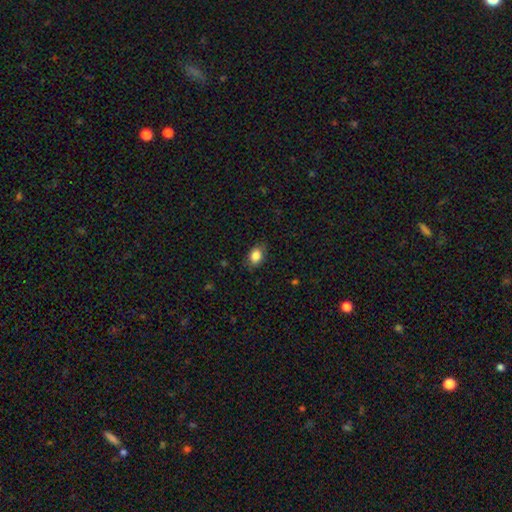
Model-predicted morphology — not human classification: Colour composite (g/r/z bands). It shows a smooth galaxy with no disk features (85%) that is in between round and cigar-shaped (69%). Merging: none (81%).